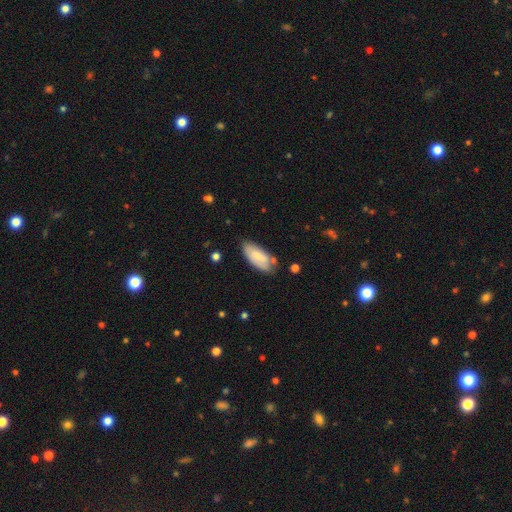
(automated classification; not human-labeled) Overall: smooth (72%). How rounded: in between (87%). Merging: none (65%).